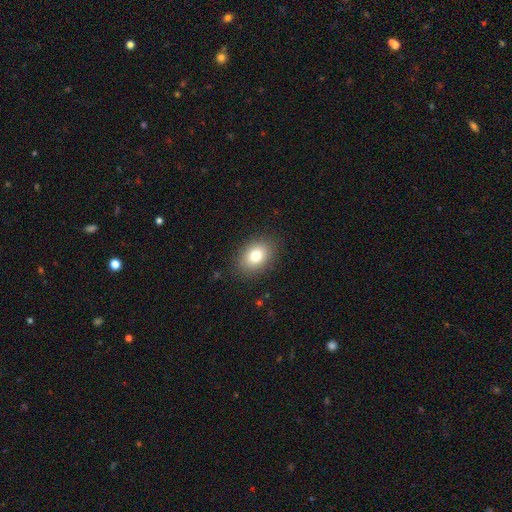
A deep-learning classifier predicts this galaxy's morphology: This appears to be a smooth galaxy with no disk features (78%) that is in between round and cigar-shaped (70%). Merging: none (87%).